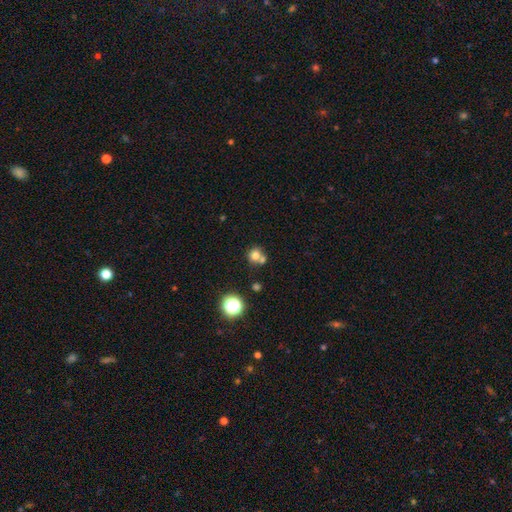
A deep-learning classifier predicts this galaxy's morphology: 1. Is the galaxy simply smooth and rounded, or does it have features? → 74% smooth, 15% star or artifact, 11% featured or disk.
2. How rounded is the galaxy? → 88% round, 11% in between, 1% cigar-shaped.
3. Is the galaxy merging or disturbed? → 51% none, 38% merger, 8% minor disturbance, 3% major disturbance.